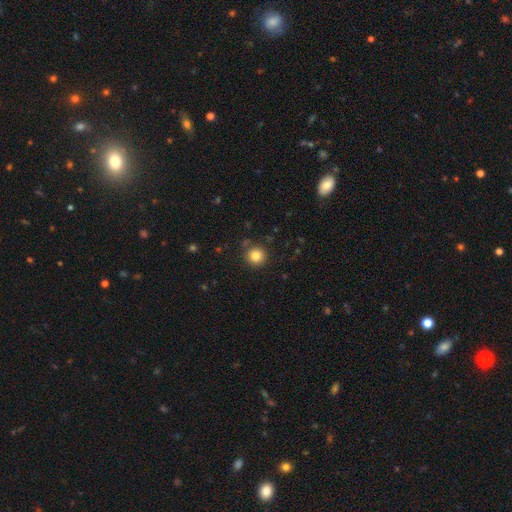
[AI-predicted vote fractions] Smooth or featured: smooth — 83% (star or artifact — 12%)
How rounded: round — 94% (in between — 5%)
Merging: none — 88% (minor disturbance — 7%)